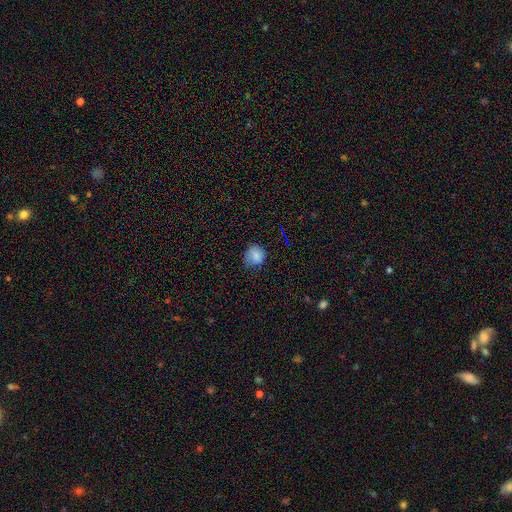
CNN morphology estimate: This is clearly a smooth galaxy (83%). How rounded: clearly round (82%). Merging: likely none (69%).